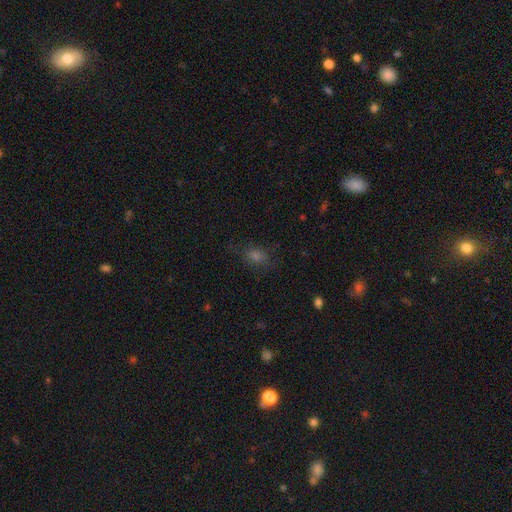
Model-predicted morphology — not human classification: Smooth or featured?
  - smooth: 58% *
  - star or artifact: 30%
  - featured or disk: 12%
How rounded?
  - in between: 63% *
  - round: 34%
  - cigar-shaped: 3%
Merging?
  - none: 75% *
  - minor disturbance: 16%
  - major disturbance: 7%
  - merger: 2%